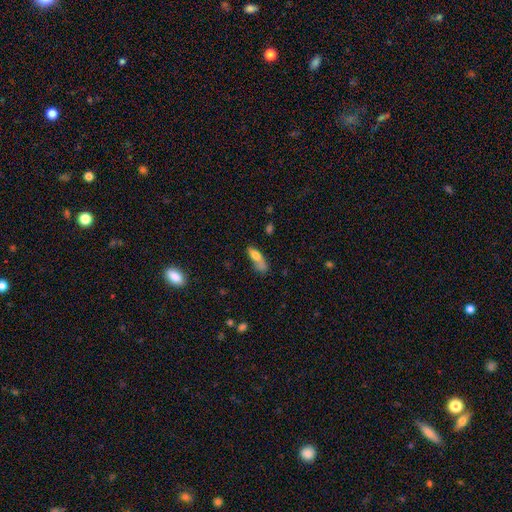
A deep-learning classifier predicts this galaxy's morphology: smooth 72%, featured or disk 20%, star or artifact 9%. Down the decision tree: how rounded — in between (59%); merging — none (36%).